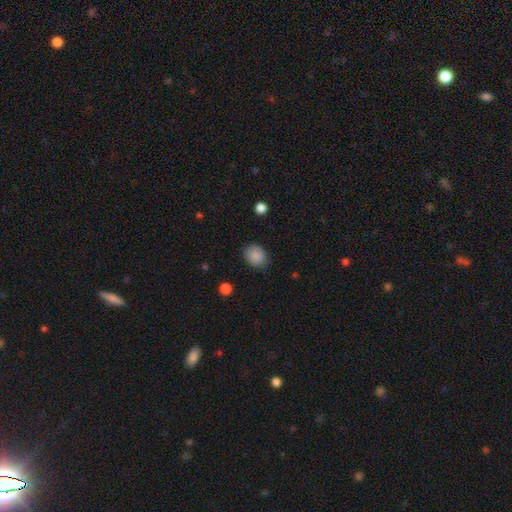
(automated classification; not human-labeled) Overall: smooth (88%). How rounded: round (53%; in between 46%). Merging: none (83%).